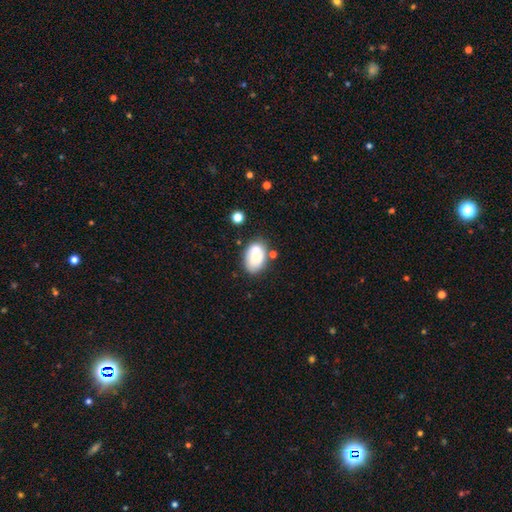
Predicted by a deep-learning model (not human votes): This is likely a smooth galaxy (72%). How rounded: clearly in between (87%). Merging: likely none (66%).